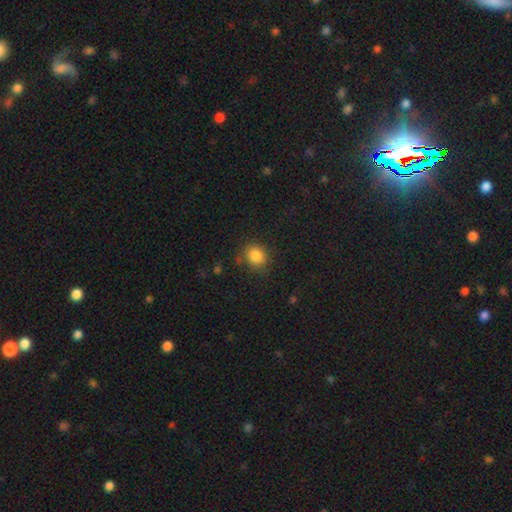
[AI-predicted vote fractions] This appears to be a smooth galaxy with no disk features (85%) that is round (71%). Merging: none (80%).